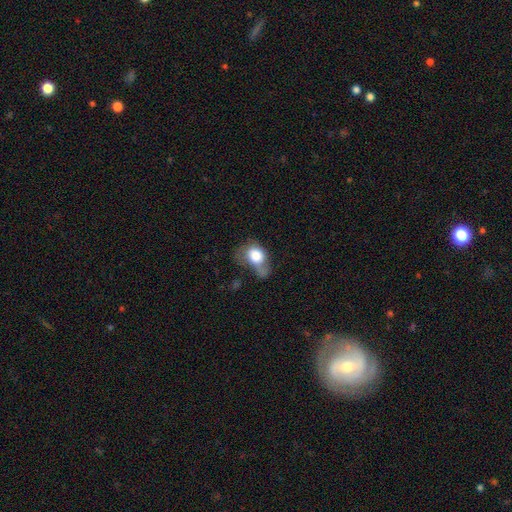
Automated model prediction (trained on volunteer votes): Smooth or featured? smooth (73%)
How rounded? in between (61%)
Merging? major disturbance (41%)